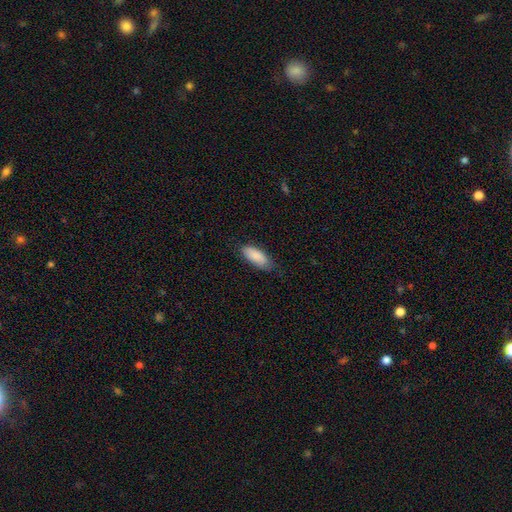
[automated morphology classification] Smooth or featured: smooth — 88% (featured or disk — 6%)
How rounded: in between — 80% (cigar-shaped — 18%)
Merging: none — 72% (minor disturbance — 23%)